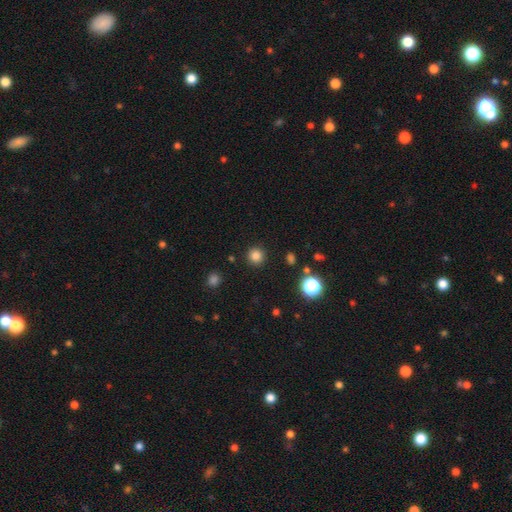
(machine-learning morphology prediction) This appears to be a smooth galaxy with no disk features (83%) that is round (95%). Merging: none (91%).